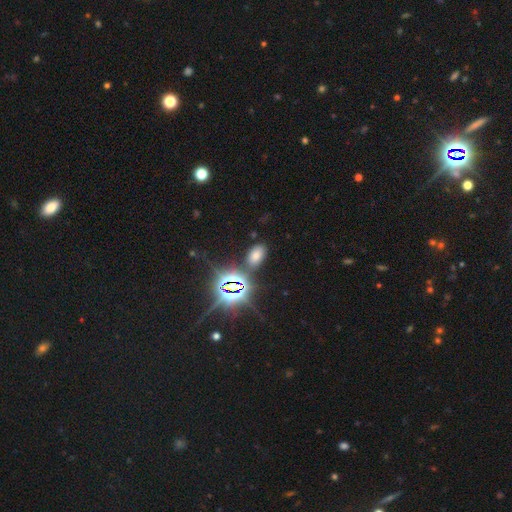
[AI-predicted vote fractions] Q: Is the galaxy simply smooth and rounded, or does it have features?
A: smooth — 56%.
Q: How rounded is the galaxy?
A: in between — 89%.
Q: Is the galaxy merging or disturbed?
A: none — 81%.